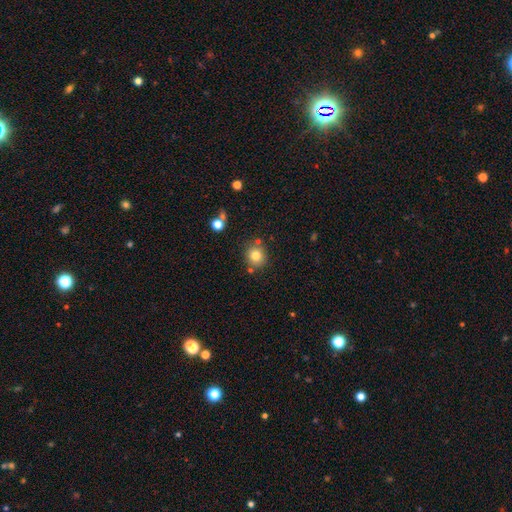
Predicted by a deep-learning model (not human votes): smooth_or_featured: smooth (p=0.79) [alt: star or artifact p=0.13]
how_rounded: round (p=0.87) [alt: in between p=0.12]
merging: none (p=0.80) [alt: minor disturbance p=0.09]